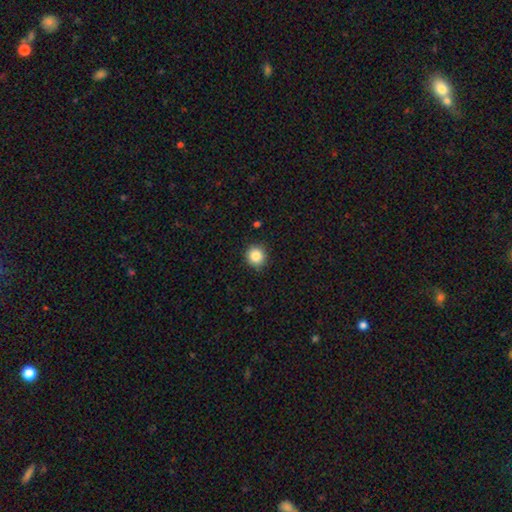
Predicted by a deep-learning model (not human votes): Morphology: type=smooth (86%); roundness=round (91%); merging=none (90%).